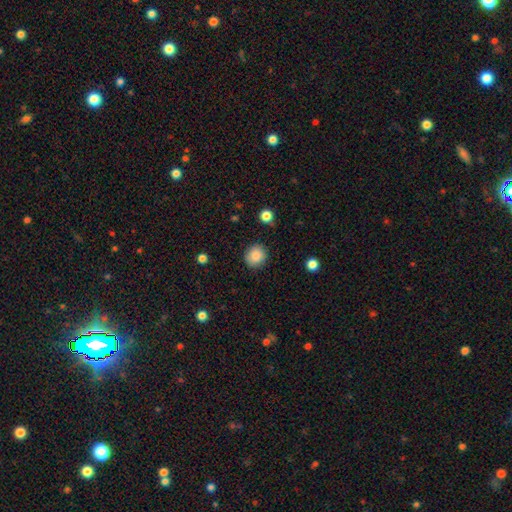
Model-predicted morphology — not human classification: smooth-or-featured: smooth: 86% | star or artifact: 9% | featured or disk: 5%
  how-rounded: round: 85% | in between: 15% | cigar-shaped: 1%
  merging: none: 88% | minor disturbance: 8% | major disturbance: 2% | merger: 1%